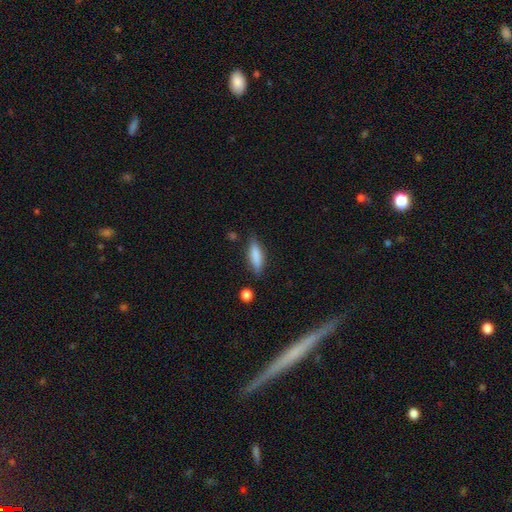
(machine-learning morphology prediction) This appears to be a smooth galaxy with no disk features (78%) that is cigar-shaped (56%). Merging: none (77%).